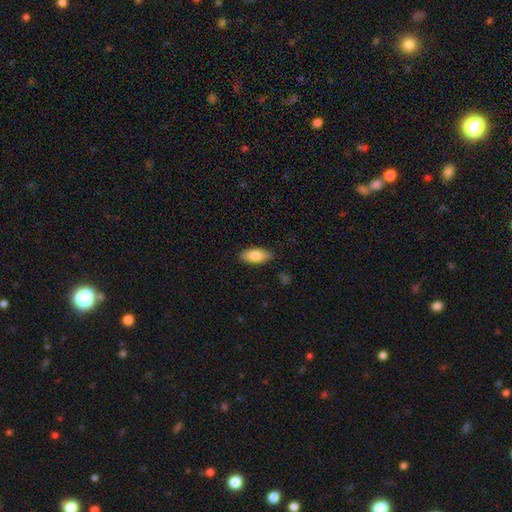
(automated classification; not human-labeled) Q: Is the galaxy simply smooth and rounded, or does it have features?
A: smooth — 82%.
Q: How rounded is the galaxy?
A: in between — 88%.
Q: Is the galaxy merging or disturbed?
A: none — 88%.